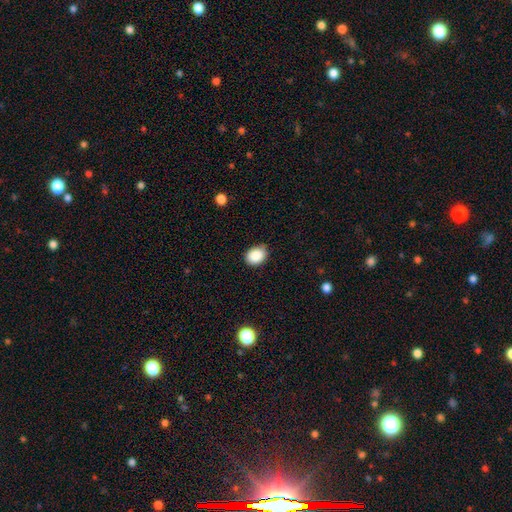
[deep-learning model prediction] Smooth or featured: smooth — 88% (star or artifact — 8%)
How rounded: in between — 60% (round — 39%)
Merging: none — 79% (minor disturbance — 17%)